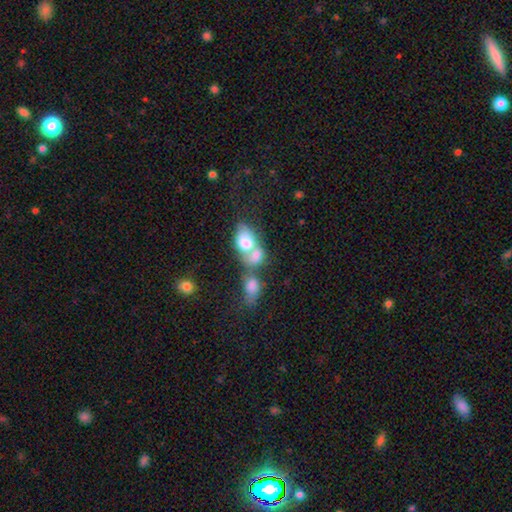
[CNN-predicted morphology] This is likely a smooth galaxy (73%). How rounded: likely in between (76%). Merging: likely merger (72%).